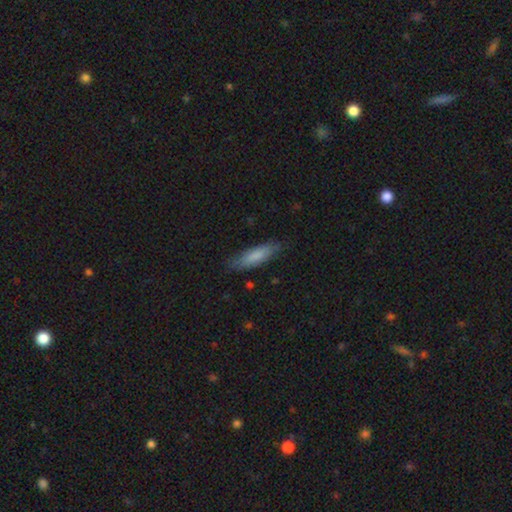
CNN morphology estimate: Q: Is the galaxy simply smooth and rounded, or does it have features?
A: smooth — 79%.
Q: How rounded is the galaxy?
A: cigar-shaped — 64%.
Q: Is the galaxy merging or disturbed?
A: none — 80%.